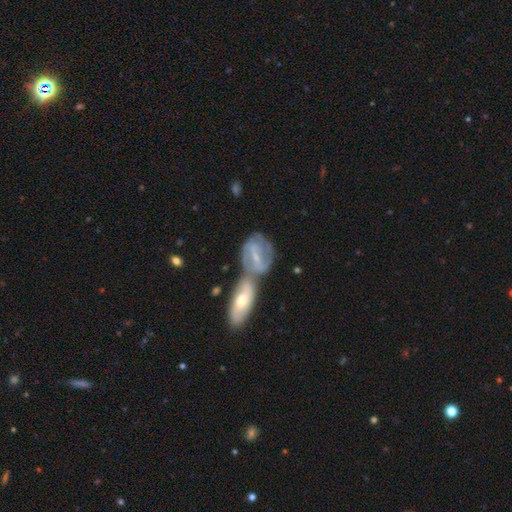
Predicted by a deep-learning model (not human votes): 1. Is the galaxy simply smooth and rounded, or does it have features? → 72% featured or disk, 22% smooth, 6% star or artifact.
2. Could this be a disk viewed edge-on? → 93% no, 7% yes.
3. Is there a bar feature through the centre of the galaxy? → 44% weak, 40% strong, 17% no.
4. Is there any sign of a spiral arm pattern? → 79% yes, 21% no.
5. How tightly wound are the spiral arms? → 44% medium, 34% tight, 22% loose.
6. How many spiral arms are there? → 64% 2, 23% can't tell, 6% 3, 4% 1, 2% 4, 2% more than 4.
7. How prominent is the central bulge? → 58% small, 31% moderate, 8% none, 2% large, 1% dominant.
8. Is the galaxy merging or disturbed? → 56% merger, 28% none, 11% minor disturbance, 6% major disturbance.